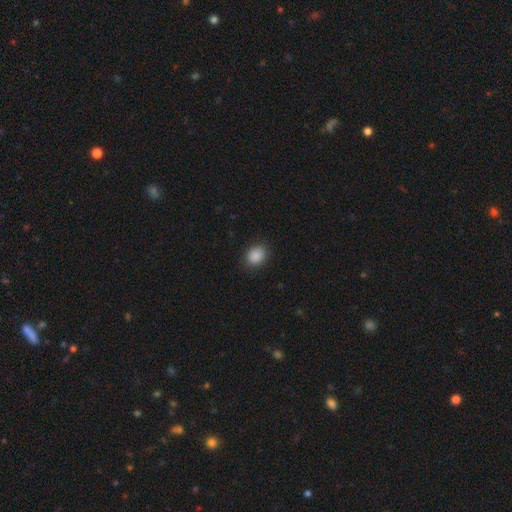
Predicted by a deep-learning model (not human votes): Q: Smooth or featured?
A: smooth (89%); runner-up: star or artifact (9%)
Q: How rounded?
A: in between (59%); runner-up: round (40%)
Q: Merging?
A: none (88%); runner-up: minor disturbance (9%)